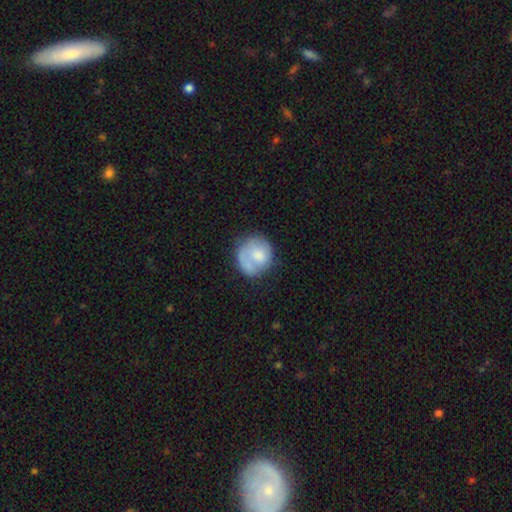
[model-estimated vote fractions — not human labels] Smooth or featured: smooth — 65% (featured or disk — 29%)
How rounded: round — 83% (in between — 16%)
Merging: none — 55% (minor disturbance — 23%)